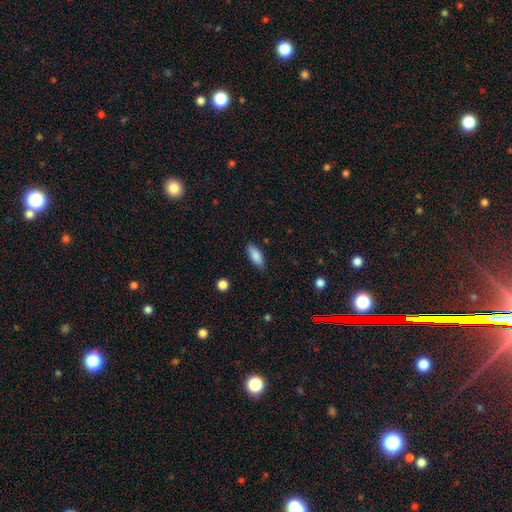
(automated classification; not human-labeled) Overall: smooth (85%). How rounded: in between (74%). Merging: none (84%).